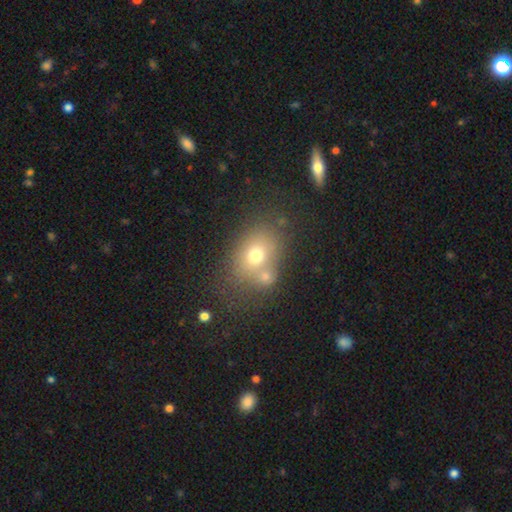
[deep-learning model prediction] Q: Smooth or featured?
A: smooth (68%); runner-up: featured or disk (18%)
Q: How rounded?
A: in between (59%); runner-up: round (40%)
Q: Merging?
A: none (50%); runner-up: merger (28%)